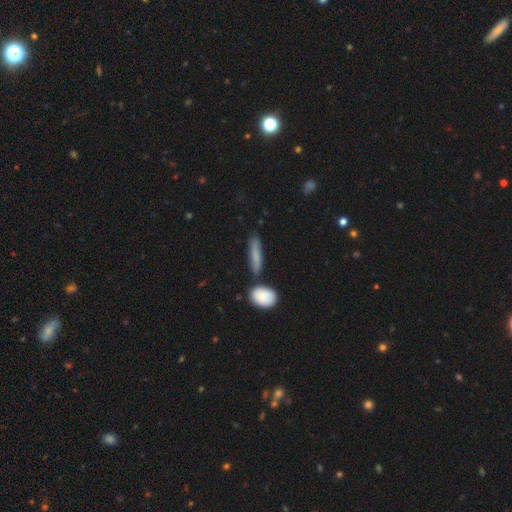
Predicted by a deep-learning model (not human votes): Smooth or featured?
  - smooth: 77% *
  - featured or disk: 16%
  - star or artifact: 7%
How rounded?
  - cigar-shaped: 73% *
  - in between: 24%
  - round: 3%
Merging?
  - none: 68% *
  - minor disturbance: 15%
  - merger: 12%
  - major disturbance: 4%